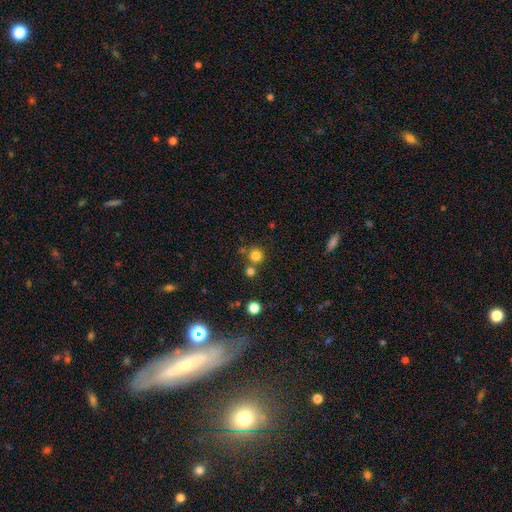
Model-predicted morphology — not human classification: A smooth galaxy with no disk features (80%) that is round (93%). Merging: none (71%).